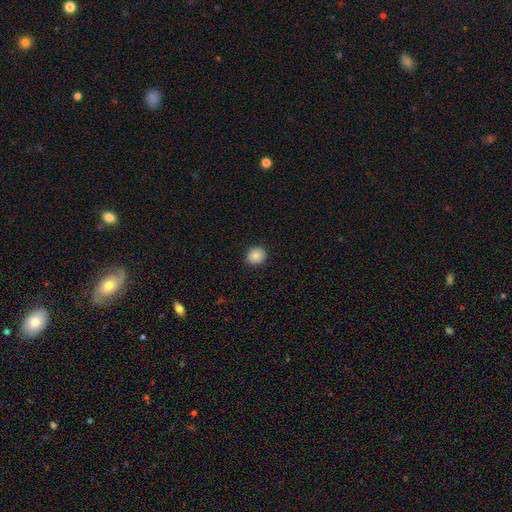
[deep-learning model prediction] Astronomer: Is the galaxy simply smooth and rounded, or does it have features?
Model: smooth — 88%.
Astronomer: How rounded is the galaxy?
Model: round — 75%.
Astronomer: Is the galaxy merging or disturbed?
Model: none — 91%.